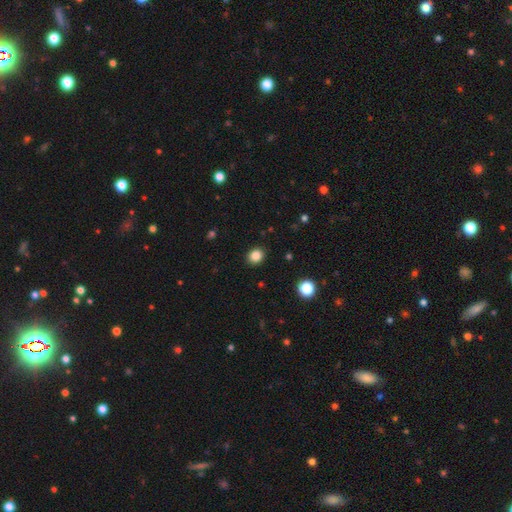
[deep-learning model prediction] Smooth or featured?
  - smooth: 85% *
  - star or artifact: 11%
  - featured or disk: 4%
How rounded?
  - round: 69% *
  - in between: 31%
  - cigar-shaped: 1%
Merging?
  - none: 91% *
  - minor disturbance: 6%
  - major disturbance: 2%
  - merger: 1%